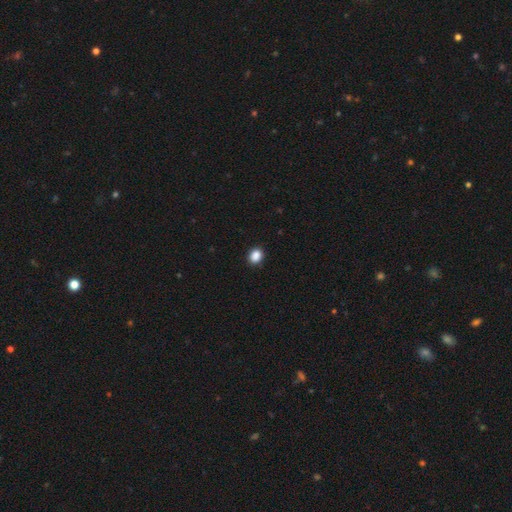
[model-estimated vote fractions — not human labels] Morphology: type=smooth (88%); roundness=round (56%); merging=none (89%).